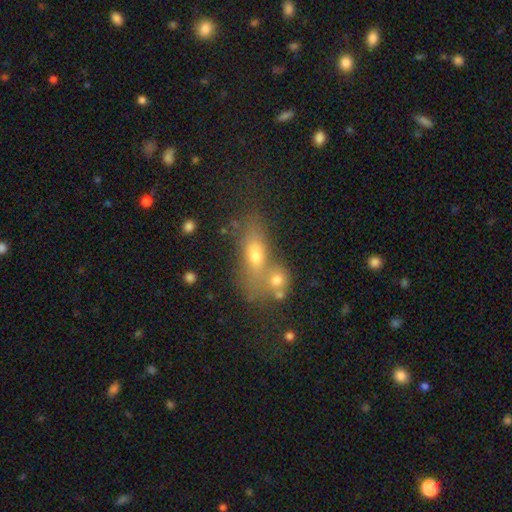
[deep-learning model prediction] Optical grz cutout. It shows a smooth galaxy with no disk features (55%) that is in between round and cigar-shaped (59%). Merging: merger (39%).